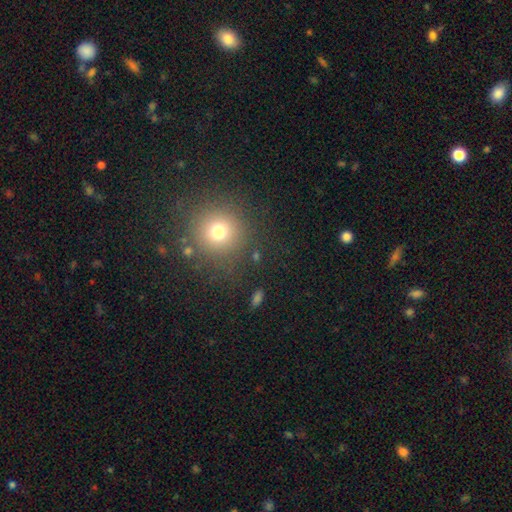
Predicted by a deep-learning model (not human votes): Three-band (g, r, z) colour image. It shows a smooth galaxy with no disk features (68%) that is round (91%). Merging: none (86%).